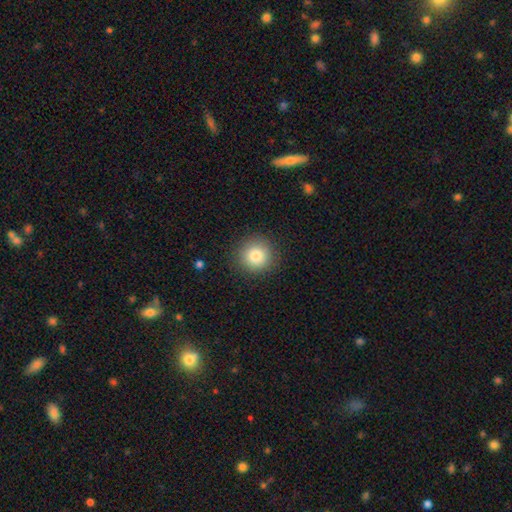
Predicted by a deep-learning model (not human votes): smooth 83%, star or artifact 10%, featured or disk 7%. Down the decision tree: how rounded — round (94%); merging — none (89%).